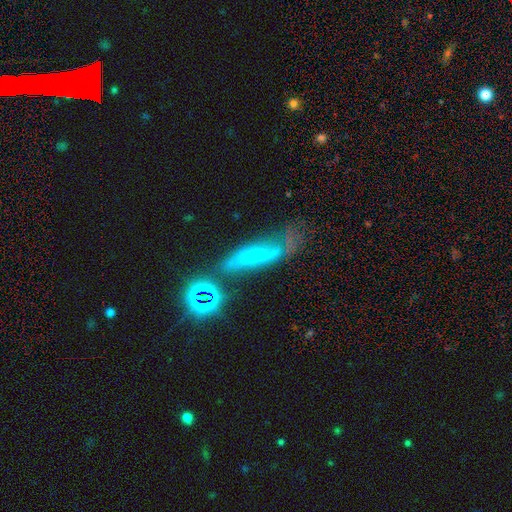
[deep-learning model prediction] Q: Smooth or featured?
A: featured or disk (47%); runner-up: smooth (34%)
Q: Merging?
A: none (32%); runner-up: major disturbance (27%)